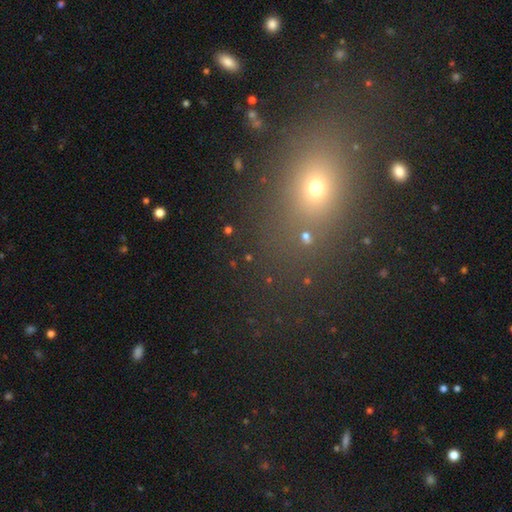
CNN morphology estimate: Overall: smooth (50%; star or artifact 39%). How rounded: in between (53%; round 43%). Merging: none (80%).